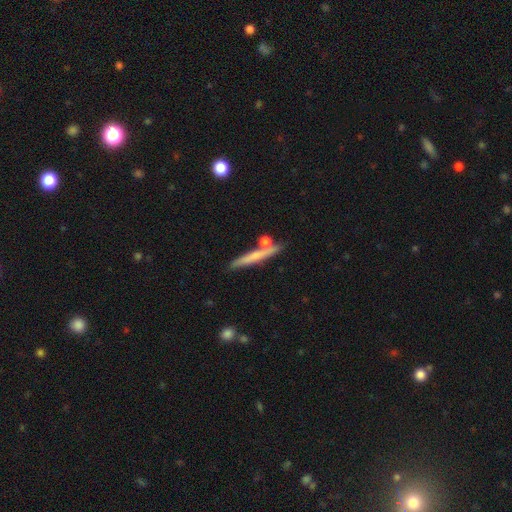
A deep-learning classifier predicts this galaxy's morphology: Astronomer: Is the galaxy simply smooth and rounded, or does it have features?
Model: smooth — 55% (runner-up: featured or disk, 38%).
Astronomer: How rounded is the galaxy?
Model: cigar-shaped — 92%.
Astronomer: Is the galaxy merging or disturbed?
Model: none — 76%.